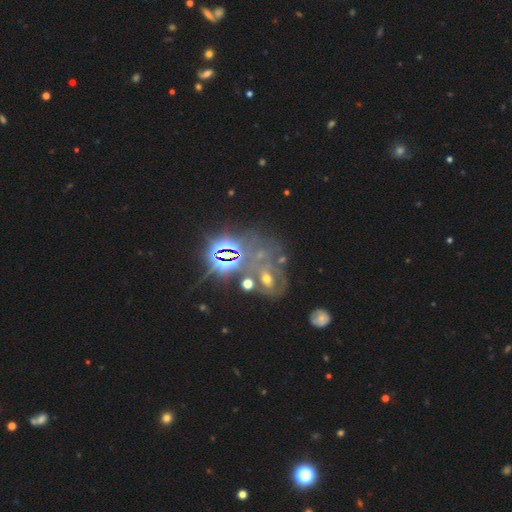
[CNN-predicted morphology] The model was most divided on "smooth or featured": star or artifact: 62%, featured or disk: 21%, smooth: 17%.